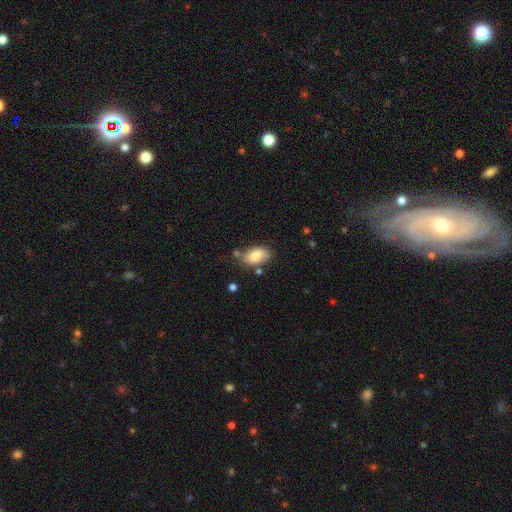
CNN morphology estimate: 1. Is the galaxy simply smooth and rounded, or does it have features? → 83% smooth, 10% featured or disk, 7% star or artifact.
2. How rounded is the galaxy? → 92% in between, 6% round, 2% cigar-shaped.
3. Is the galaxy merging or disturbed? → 67% none, 20% minor disturbance, 8% merger, 5% major disturbance.